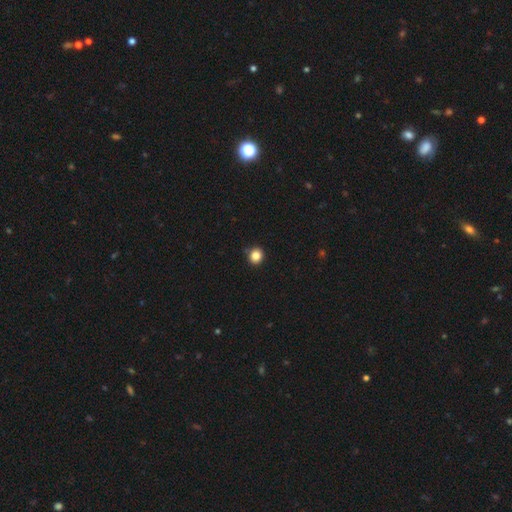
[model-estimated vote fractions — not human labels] Smooth or featured? smooth (85%)
How rounded? round (87%)
Merging? none (88%)